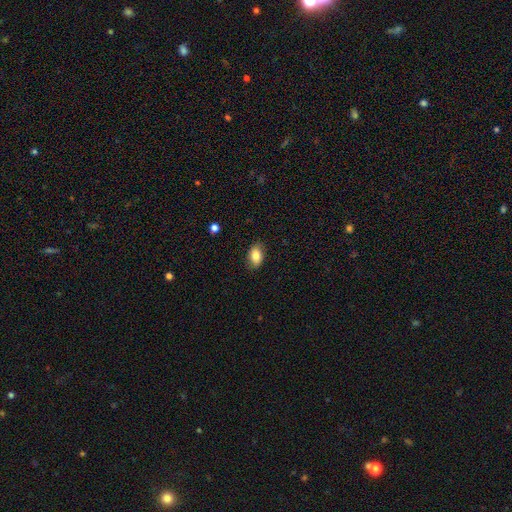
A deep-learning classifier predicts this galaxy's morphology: Smooth or featured? smooth (83%)
How rounded? in between (88%)
Merging? none (85%)